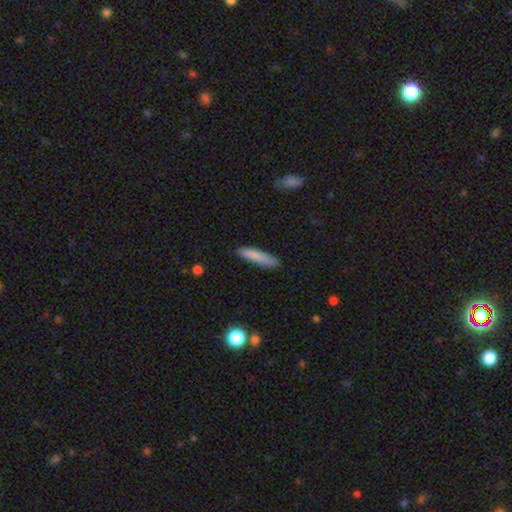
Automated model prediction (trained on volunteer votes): Smooth or featured?
  - smooth: 82% *
  - featured or disk: 11%
  - star or artifact: 7%
How rounded?
  - cigar-shaped: 86% *
  - in between: 13%
  - round: 1%
Merging?
  - none: 85% *
  - minor disturbance: 12%
  - major disturbance: 2%
  - merger: 2%